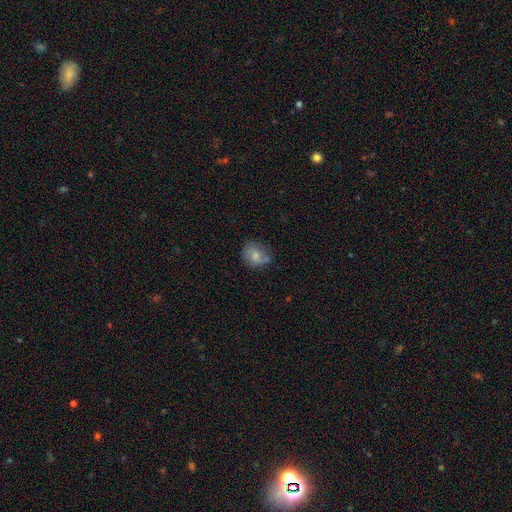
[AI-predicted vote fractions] Overall: smooth (66%). How rounded: round (64%; in between 35%). Merging: none (57%; minor disturbance 27%).